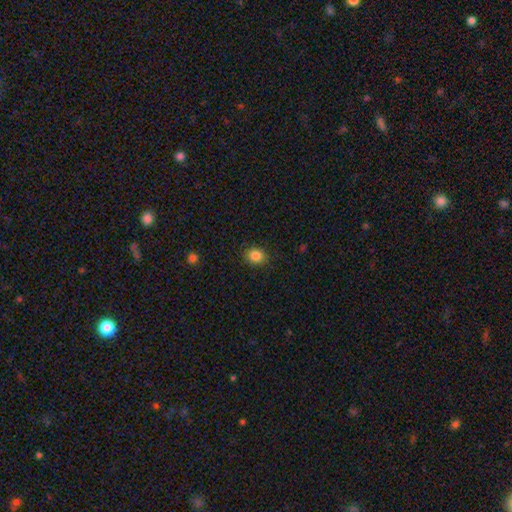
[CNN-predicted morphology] A smooth galaxy with no disk features (85%) that is round (63%). Merging: none (88%).